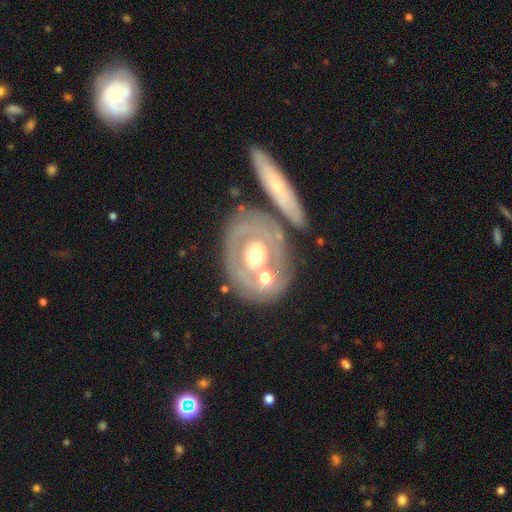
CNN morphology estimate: A featured or disk galaxy (66%) with no bar (82%), no spiral arms (74%) and a moderate central bulge (71%).

Vote fractions:
- Smooth or featured? featured or disk: 66% / smooth: 29% / star or artifact: 6%
- Edge-on disk? no: 93% / yes: 7%
- Bar? no: 82% / weak: 12% / strong: 6%
- Spiral arms? no: 74% / yes: 26%
- Bulge size? moderate: 71% / large: 17% / small: 9% / dominant: 2% / none: 2%
- Merging? none: 64% / merger: 15% / minor disturbance: 14% / major disturbance: 7%